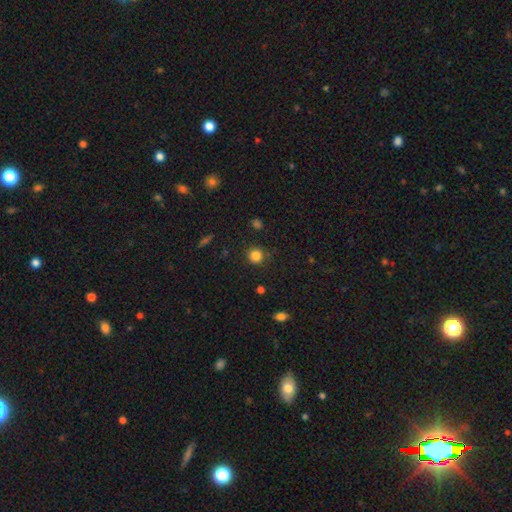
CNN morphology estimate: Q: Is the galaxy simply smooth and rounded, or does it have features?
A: smooth — 83%.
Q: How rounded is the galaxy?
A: round — 93%.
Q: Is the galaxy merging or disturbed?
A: none — 87%.